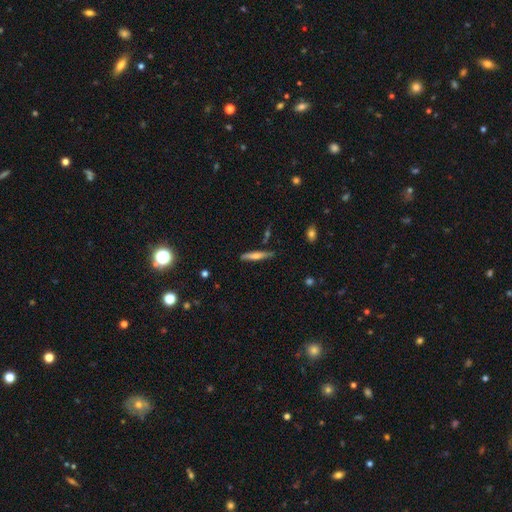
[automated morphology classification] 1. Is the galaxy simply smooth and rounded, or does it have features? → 50% smooth, 43% featured or disk, 7% star or artifact.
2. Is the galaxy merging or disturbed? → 82% none, 12% minor disturbance, 3% merger, 2% major disturbance.